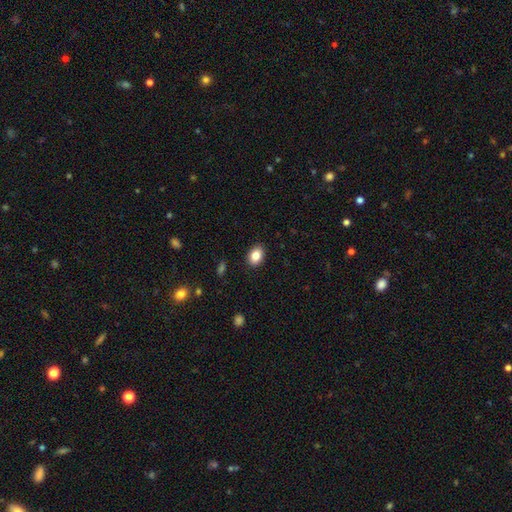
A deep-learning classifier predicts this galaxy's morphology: Smooth or featured?
  - smooth: 84% *
  - star or artifact: 9%
  - featured or disk: 7%
How rounded?
  - in between: 72% *
  - round: 27%
  - cigar-shaped: 1%
Merging?
  - none: 89% *
  - minor disturbance: 8%
  - major disturbance: 2%
  - merger: 1%